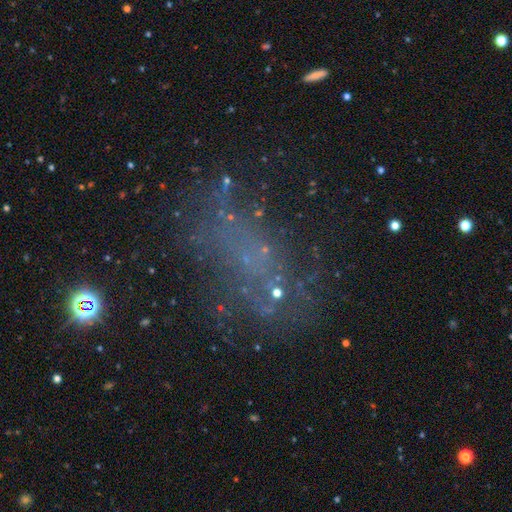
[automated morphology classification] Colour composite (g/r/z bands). It shows a featured or disk galaxy (38%). Merging: none (51%).